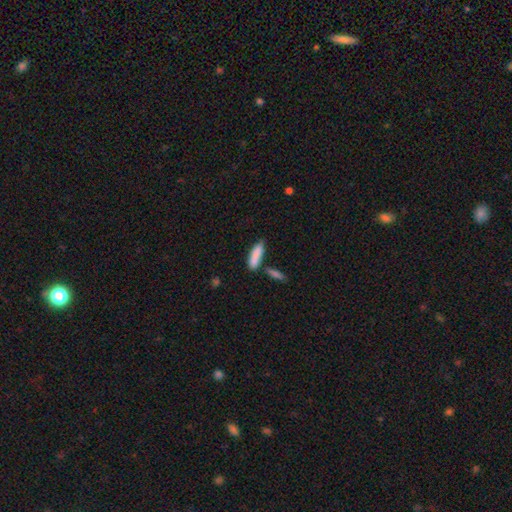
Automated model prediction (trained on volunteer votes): Smooth or featured?
  - smooth: 82% *
  - featured or disk: 11%
  - star or artifact: 7%
How rounded?
  - cigar-shaped: 54% *
  - in between: 44%
  - round: 2%
Merging?
  - none: 49% *
  - merger: 28%
  - minor disturbance: 18%
  - major disturbance: 6%